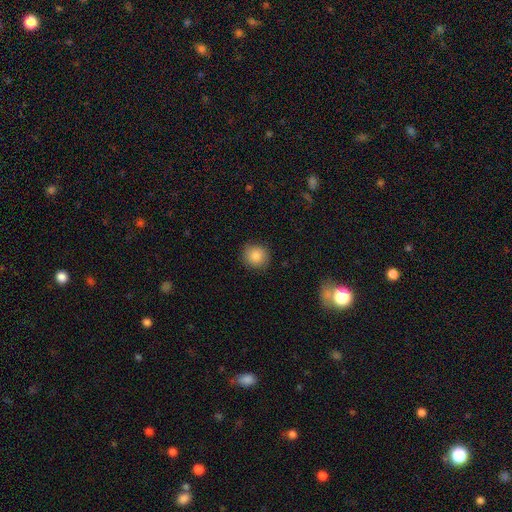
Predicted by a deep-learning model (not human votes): smooth-or-featured: smooth: 85% | star or artifact: 9% | featured or disk: 6%
  how-rounded: round: 88% | in between: 11% | cigar-shaped: 1%
  merging: none: 86% | minor disturbance: 10% | major disturbance: 3% | merger: 1%